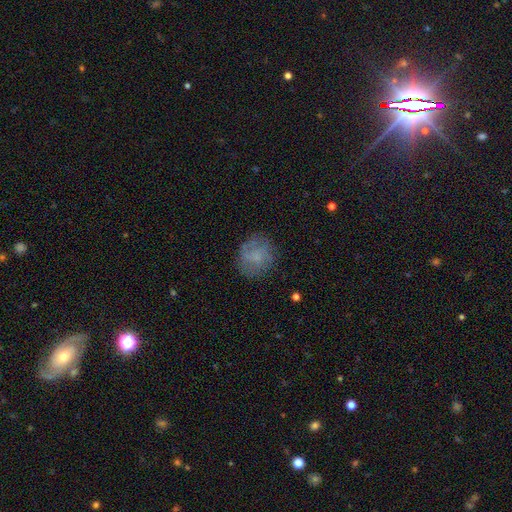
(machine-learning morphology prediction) Smooth or featured? smooth (60%)
How rounded? round (78%)
Merging? none (74%)